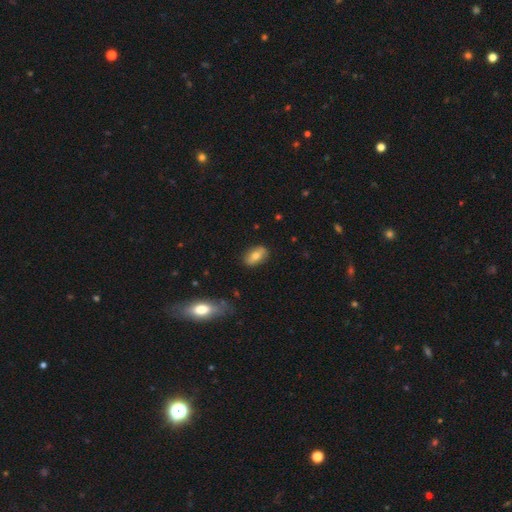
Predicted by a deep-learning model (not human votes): smooth 71%, featured or disk 21%, star or artifact 7%. Down the decision tree: how rounded — in between (89%); merging — none (82%).